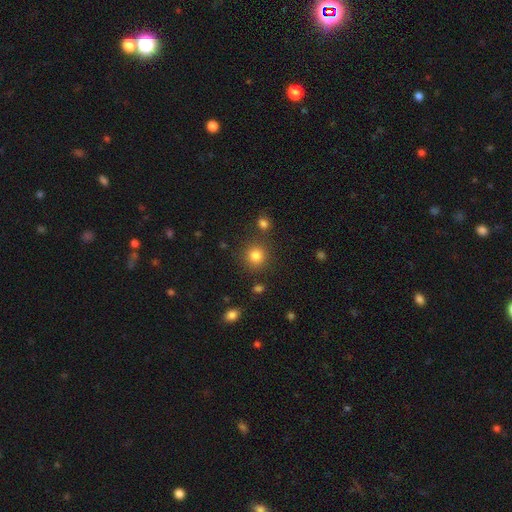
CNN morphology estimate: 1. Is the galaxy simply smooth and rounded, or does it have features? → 83% smooth, 12% star or artifact, 5% featured or disk.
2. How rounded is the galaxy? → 91% round, 8% in between, 1% cigar-shaped.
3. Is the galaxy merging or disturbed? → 83% none, 8% minor disturbance, 6% merger, 3% major disturbance.